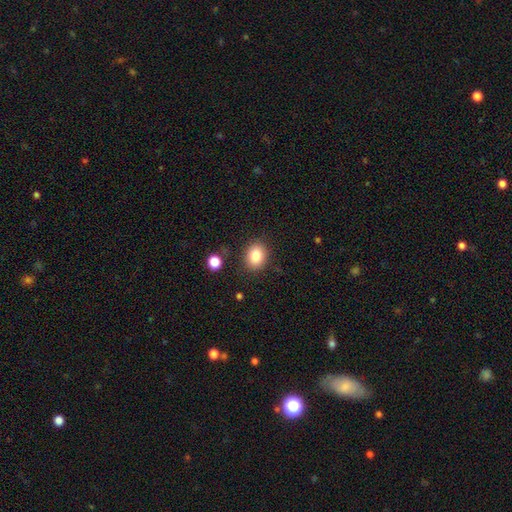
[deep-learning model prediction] Smooth or featured? smooth (84%)
How rounded? in between (51%)
Merging? none (85%)